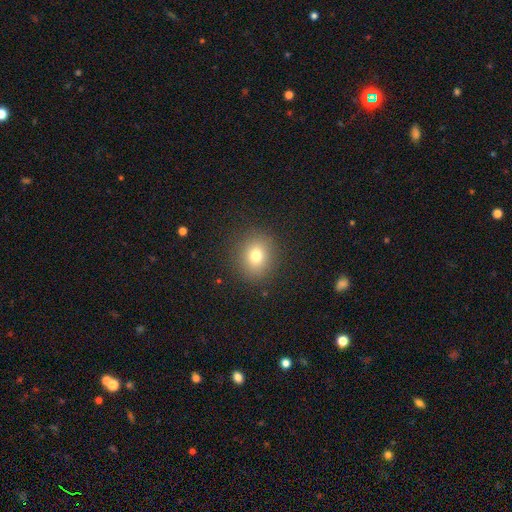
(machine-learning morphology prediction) smooth 76%, star or artifact 14%, featured or disk 10%. Down the decision tree: how rounded — round (76%); merging — none (89%).